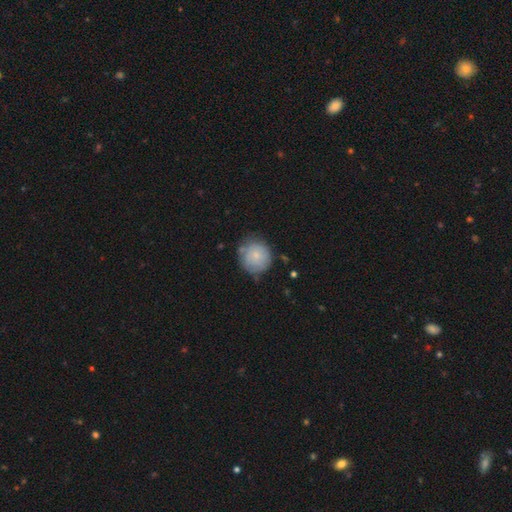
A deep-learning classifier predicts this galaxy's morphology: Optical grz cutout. It shows a smooth galaxy with no disk features (67%) that is round (90%). Merging: none (64%).